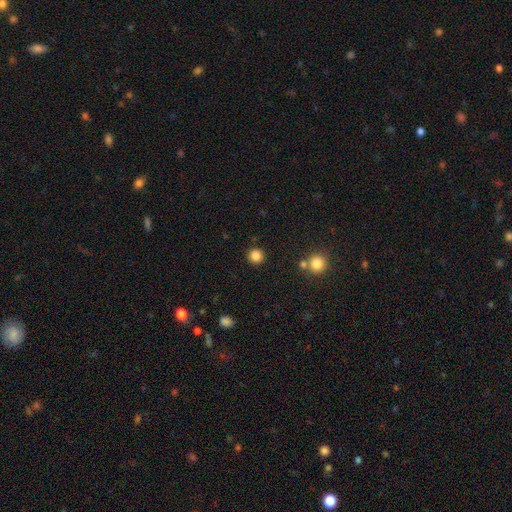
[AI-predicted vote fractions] Smooth or featured? Predicted: smooth (p=0.85). How rounded? Predicted: round (p=0.95). Merging? Predicted: none (p=0.90).